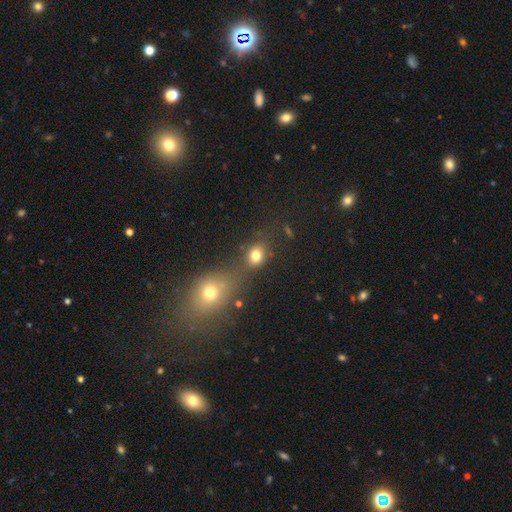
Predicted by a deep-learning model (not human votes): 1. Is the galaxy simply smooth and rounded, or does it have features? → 76% smooth, 16% star or artifact, 8% featured or disk.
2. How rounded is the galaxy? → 61% round, 37% in between, 2% cigar-shaped.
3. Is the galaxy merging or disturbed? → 52% none, 33% merger, 10% minor disturbance, 6% major disturbance.